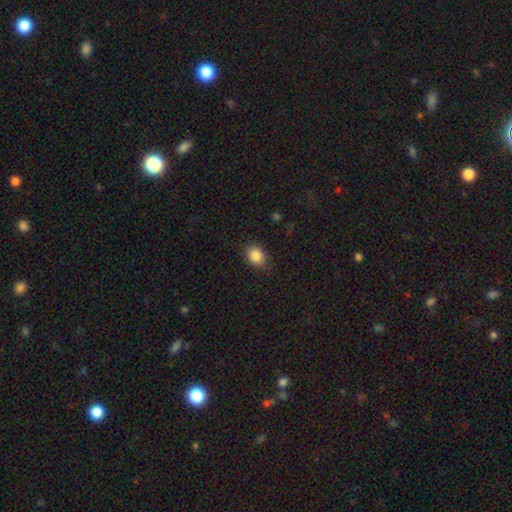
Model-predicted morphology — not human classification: Smooth or featured? Predicted: smooth (p=0.86). How rounded? Predicted: in between (p=0.51). Merging? Predicted: none (p=0.80).